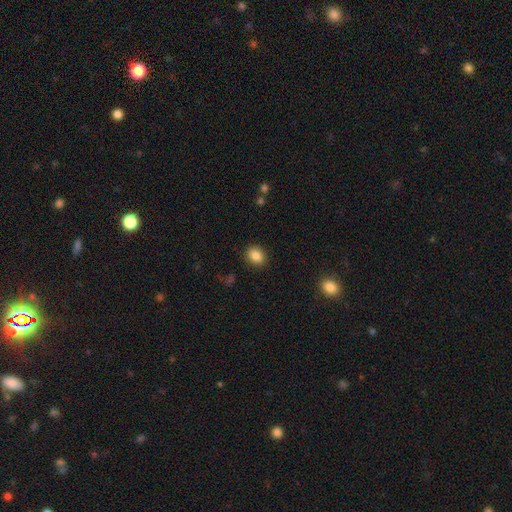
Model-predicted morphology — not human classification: Overall: smooth (86%). How rounded: round (52%; in between 48%). Merging: none (89%).